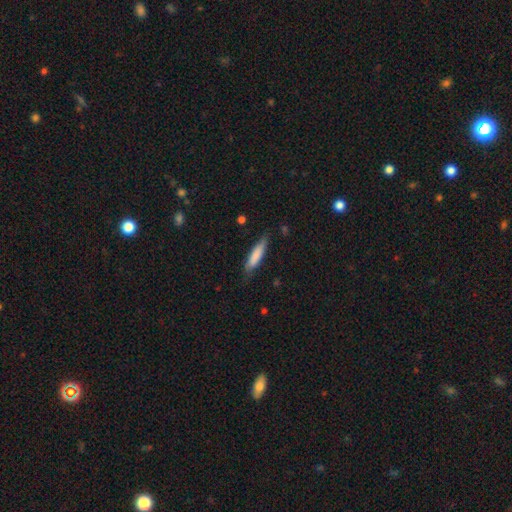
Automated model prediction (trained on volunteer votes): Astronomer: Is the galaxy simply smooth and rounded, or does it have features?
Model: smooth — 79%.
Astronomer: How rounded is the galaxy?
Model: cigar-shaped — 75%.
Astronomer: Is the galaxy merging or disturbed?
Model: none — 76%.